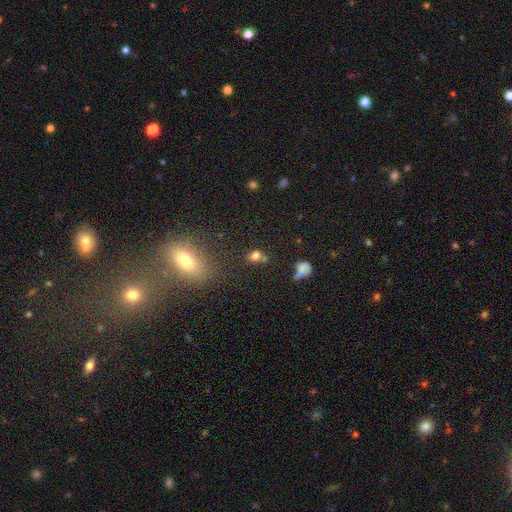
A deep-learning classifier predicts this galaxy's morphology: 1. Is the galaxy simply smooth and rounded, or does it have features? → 74% smooth, 17% star or artifact, 9% featured or disk.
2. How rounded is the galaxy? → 51% in between, 46% round, 3% cigar-shaped.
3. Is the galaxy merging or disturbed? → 51% none, 28% merger, 14% minor disturbance, 7% major disturbance.